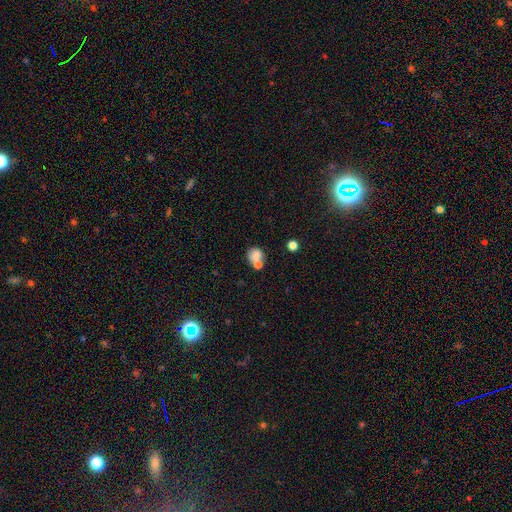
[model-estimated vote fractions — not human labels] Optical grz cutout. It shows a smooth galaxy with no disk features (75%) that is round (68%). Merging: merger (44%).